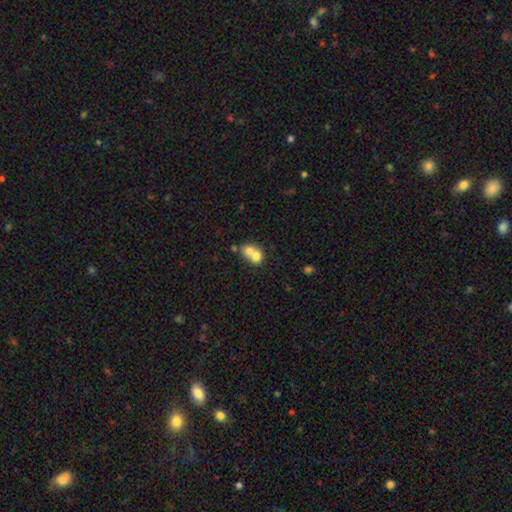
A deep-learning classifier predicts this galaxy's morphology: smooth-or-featured: smooth: 67% | featured or disk: 23% | star or artifact: 10%
  how-rounded: round: 64% | in between: 35% | cigar-shaped: 1%
  merging: merger: 70% | none: 22% | minor disturbance: 5% | major disturbance: 3%